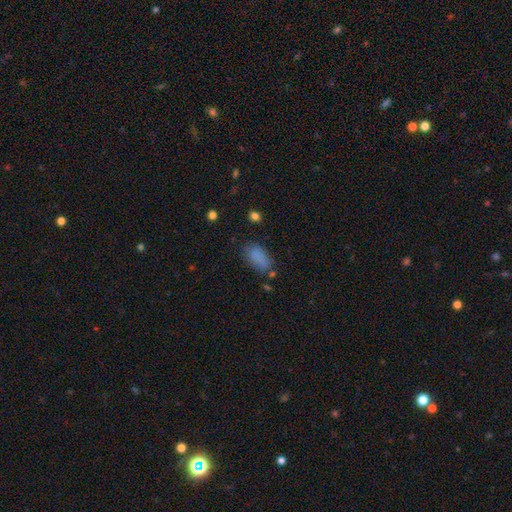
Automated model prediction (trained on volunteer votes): This appears to be a smooth galaxy with no disk features (83%) that is in between round and cigar-shaped (89%). Merging: none (71%).